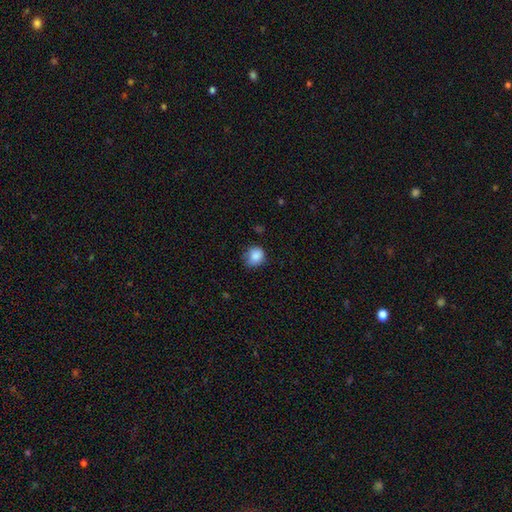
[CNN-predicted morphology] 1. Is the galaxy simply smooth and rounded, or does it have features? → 85% smooth, 9% star or artifact, 5% featured or disk.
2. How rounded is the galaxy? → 71% round, 28% in between, 1% cigar-shaped.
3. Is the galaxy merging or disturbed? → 61% none, 31% minor disturbance, 6% major disturbance, 2% merger.